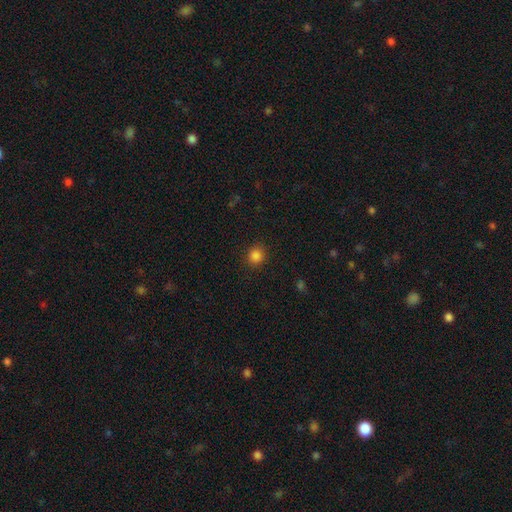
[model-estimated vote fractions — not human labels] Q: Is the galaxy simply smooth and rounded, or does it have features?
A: smooth — 85%.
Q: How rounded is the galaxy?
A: round — 88%.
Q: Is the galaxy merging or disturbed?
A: none — 89%.